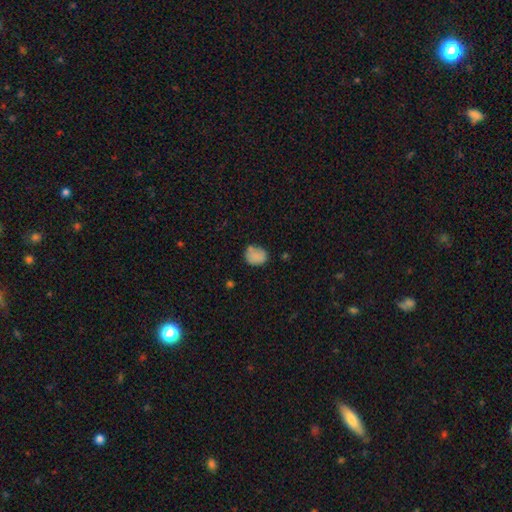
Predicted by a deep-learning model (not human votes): smooth_or_featured: smooth (p=0.83) [alt: star or artifact p=0.10]
how_rounded: round (p=0.55) [alt: in between p=0.44]
merging: none (p=0.63) [alt: minor disturbance p=0.26]